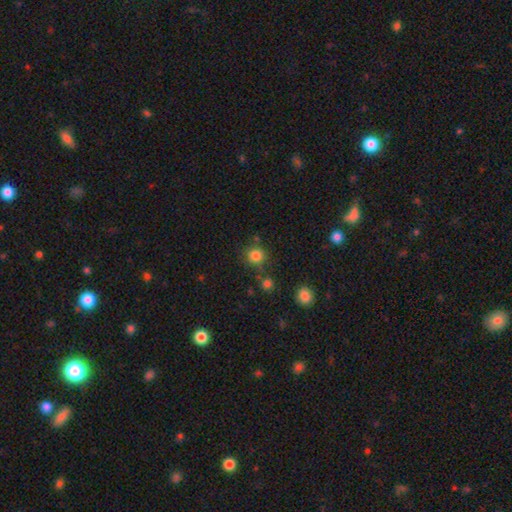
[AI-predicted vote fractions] smooth-or-featured: smooth: 82% | star or artifact: 13% | featured or disk: 5%
  how-rounded: round: 91% | in between: 8% | cigar-shaped: 1%
  merging: none: 76% | minor disturbance: 11% | merger: 9% | major disturbance: 4%